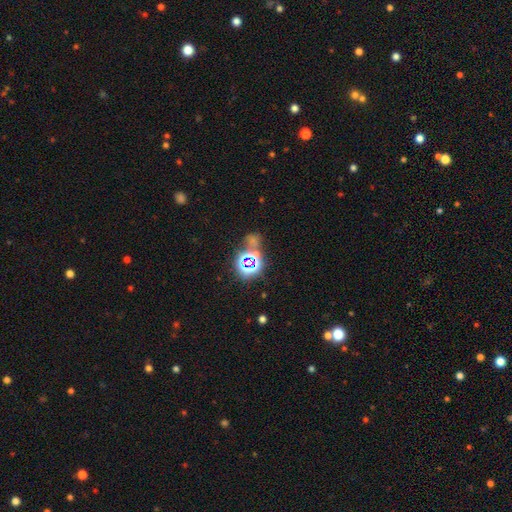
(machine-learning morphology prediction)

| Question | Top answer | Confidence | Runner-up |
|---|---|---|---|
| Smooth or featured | star or artifact | 72% | smooth (17%) |